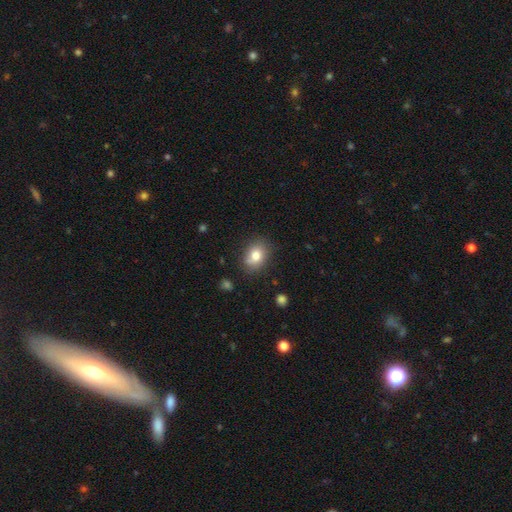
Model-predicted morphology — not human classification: type=smooth (79%); roundness=in between (61%); merging=none (79%).